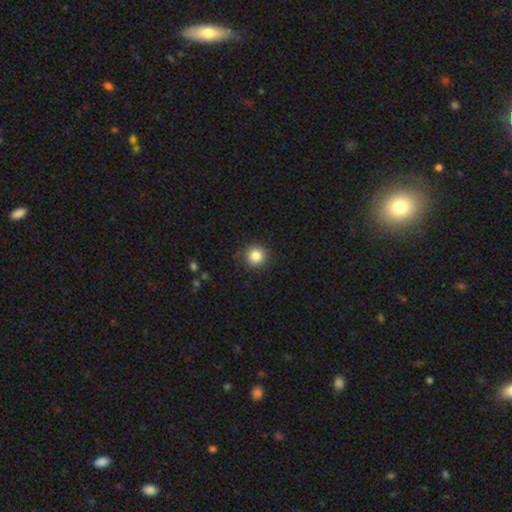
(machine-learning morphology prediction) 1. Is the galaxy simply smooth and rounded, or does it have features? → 85% smooth, 10% star or artifact, 5% featured or disk.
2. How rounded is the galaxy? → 94% round, 5% in between, 1% cigar-shaped.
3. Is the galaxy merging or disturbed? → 88% none, 9% minor disturbance, 3% major disturbance, 1% merger.